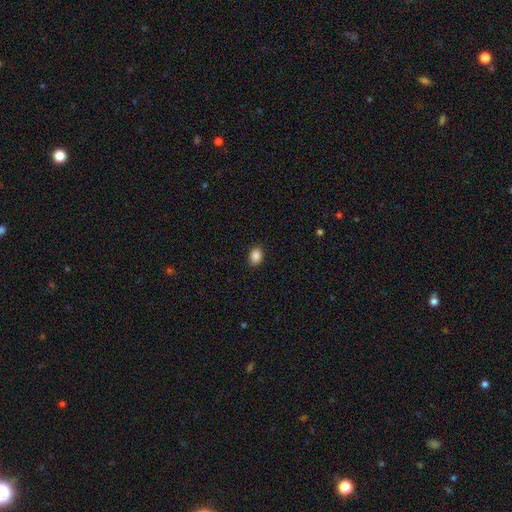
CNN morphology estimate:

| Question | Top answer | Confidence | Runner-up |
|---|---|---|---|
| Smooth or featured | smooth | 87% | star or artifact (9%) |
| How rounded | in between | 73% | round (26%) |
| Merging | none | 90% | minor disturbance (7%) |